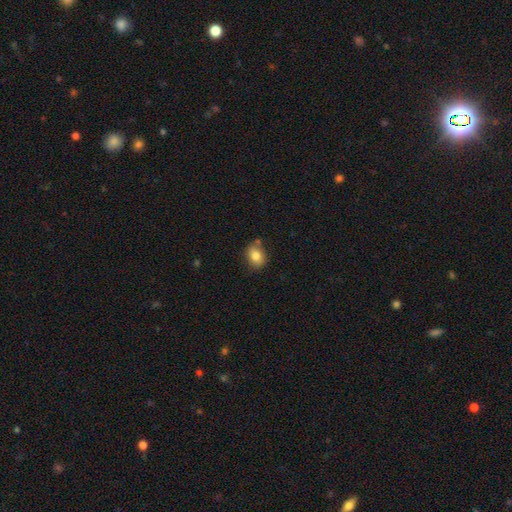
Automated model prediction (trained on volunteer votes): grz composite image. It shows a smooth galaxy with no disk features (82%) that is in between round and cigar-shaped (57%). Merging: none (70%).